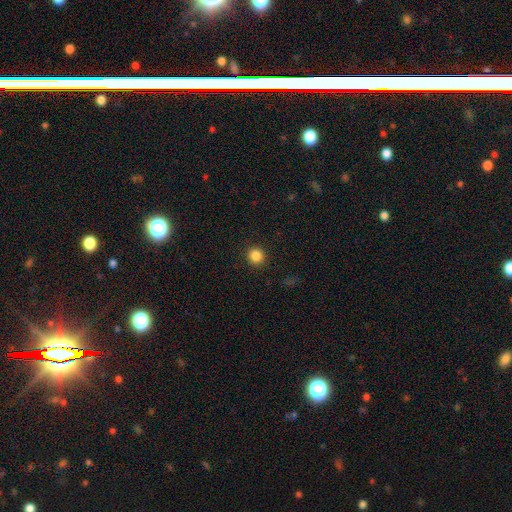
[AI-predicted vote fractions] smooth-or-featured: smooth: 85% | star or artifact: 11% | featured or disk: 4%
  how-rounded: round: 92% | in between: 7% | cigar-shaped: 1%
  merging: none: 92% | minor disturbance: 5% | major disturbance: 2% | merger: 1%